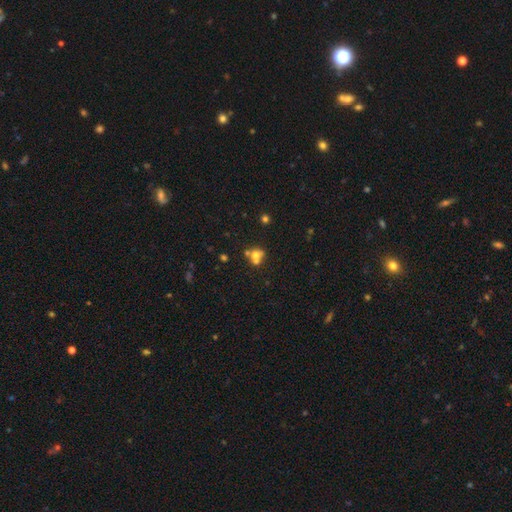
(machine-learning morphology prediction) smooth-or-featured: smooth: 63% | featured or disk: 22% | star or artifact: 15%
  how-rounded: round: 73% | in between: 26% | cigar-shaped: 1%
  merging: merger: 52% | none: 35% | minor disturbance: 9% | major disturbance: 4%